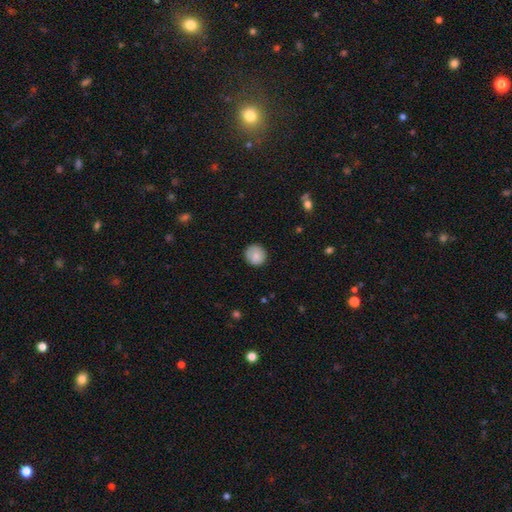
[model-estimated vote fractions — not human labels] The model was most divided on "merging": none: 86%, minor disturbance: 11%, major disturbance: 2%, merger: 1%. More confident: how rounded — round (92%); smooth or featured — smooth (84%).